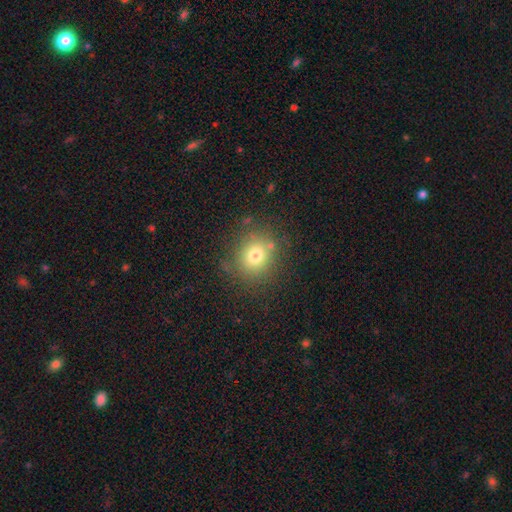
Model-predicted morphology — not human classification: Smooth or featured: smooth — 74% (star or artifact — 15%)
How rounded: round — 82% (in between — 17%)
Merging: none — 81% (minor disturbance — 11%)